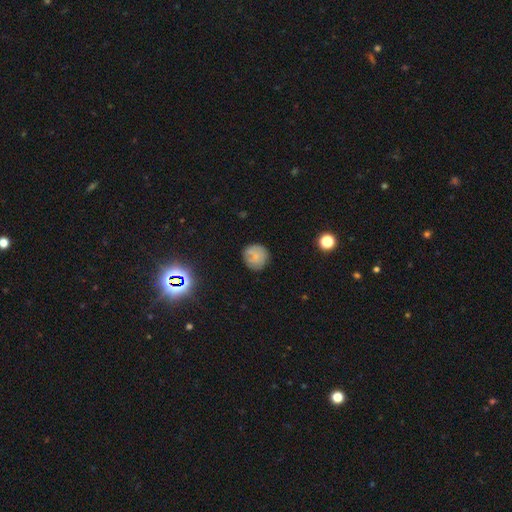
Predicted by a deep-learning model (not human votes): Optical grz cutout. It shows a smooth galaxy with no disk features (72%) that is round (93%). Merging: none (78%).